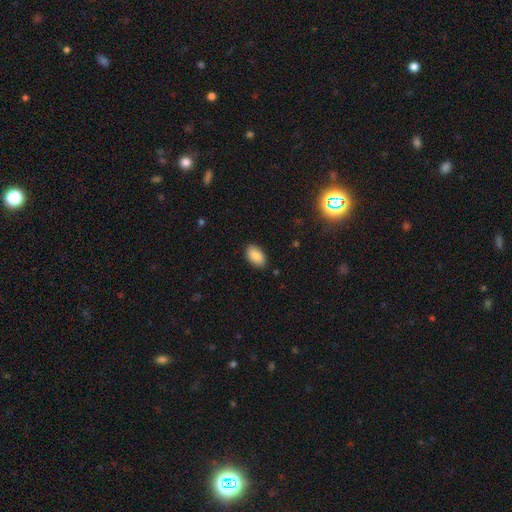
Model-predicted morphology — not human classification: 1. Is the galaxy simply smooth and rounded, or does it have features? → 88% smooth, 7% star or artifact, 5% featured or disk.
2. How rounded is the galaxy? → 94% in between, 4% round, 2% cigar-shaped.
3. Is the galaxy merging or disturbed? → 87% none, 10% minor disturbance, 2% major disturbance, 1% merger.